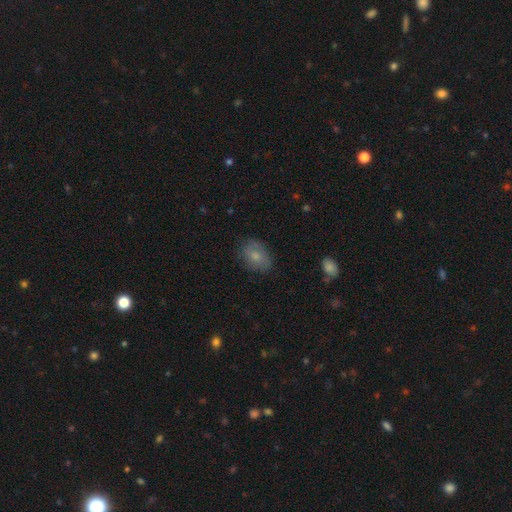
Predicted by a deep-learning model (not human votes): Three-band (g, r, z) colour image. It shows a smooth galaxy with no disk features (74%) that is in between round and cigar-shaped (75%). Merging: none (75%).